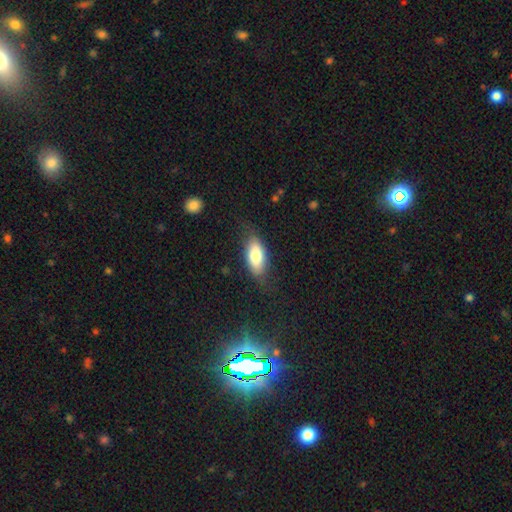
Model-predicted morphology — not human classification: This is likely a smooth galaxy (76%). How rounded: clearly in between (87%). Merging: likely none (74%).